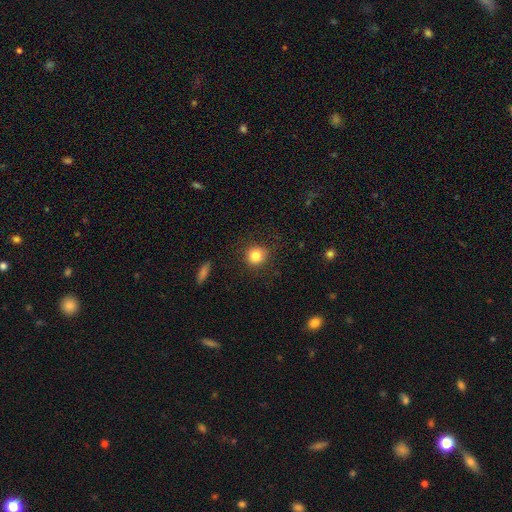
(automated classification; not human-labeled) Smooth or featured: smooth — 83% (star or artifact — 11%)
How rounded: round — 91% (in between — 8%)
Merging: none — 87% (minor disturbance — 9%)